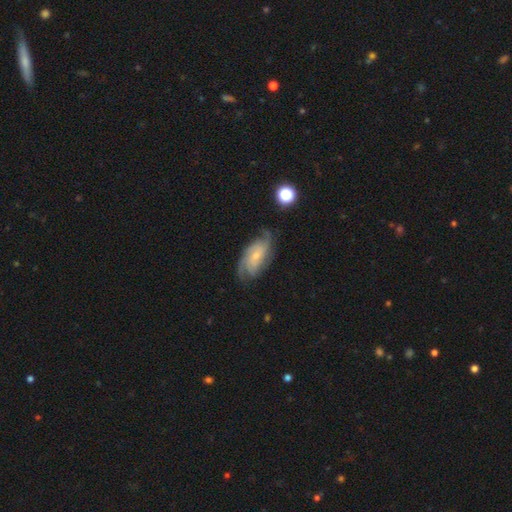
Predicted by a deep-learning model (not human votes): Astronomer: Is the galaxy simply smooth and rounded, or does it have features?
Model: featured or disk — 81%.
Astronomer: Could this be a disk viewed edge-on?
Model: no — 95%.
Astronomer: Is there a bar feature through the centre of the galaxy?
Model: no — 64%.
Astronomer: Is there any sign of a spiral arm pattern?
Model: yes — 96%.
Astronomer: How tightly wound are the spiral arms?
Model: tight — 43% (runner-up: medium, 41%).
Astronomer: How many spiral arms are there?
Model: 3 — 31% (runner-up: 2, 24%).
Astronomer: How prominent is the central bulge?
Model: small — 70%.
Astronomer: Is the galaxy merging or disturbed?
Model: none — 69%.